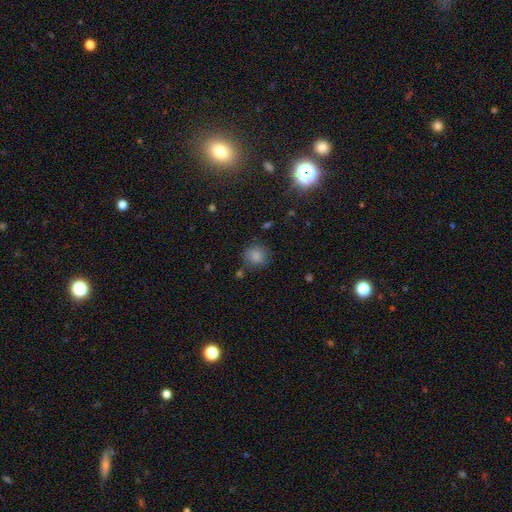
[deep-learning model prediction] Q: Smooth or featured?
A: smooth (83%); runner-up: star or artifact (11%)
Q: How rounded?
A: round (83%); runner-up: in between (16%)
Q: Merging?
A: none (76%); runner-up: minor disturbance (15%)